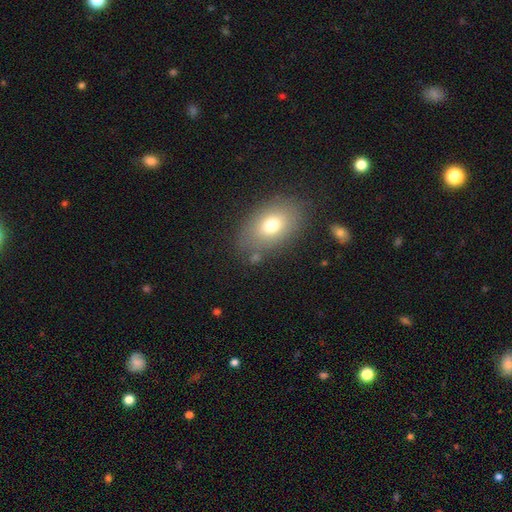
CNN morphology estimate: Overall: smooth (72%). How rounded: in between (85%). Merging: none (79%).